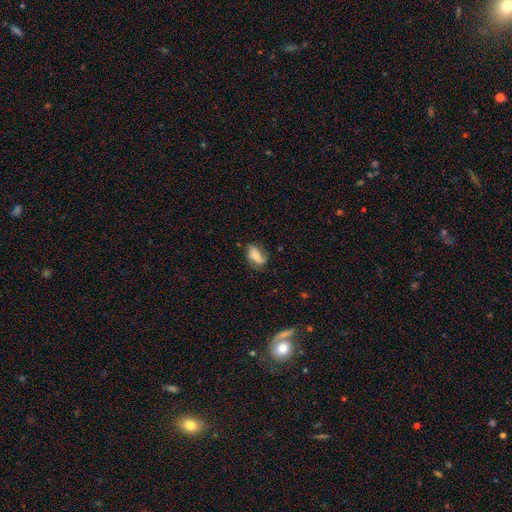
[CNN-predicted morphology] Smooth or featured? smooth (58%)
How rounded? in between (85%)
Merging? none (59%)